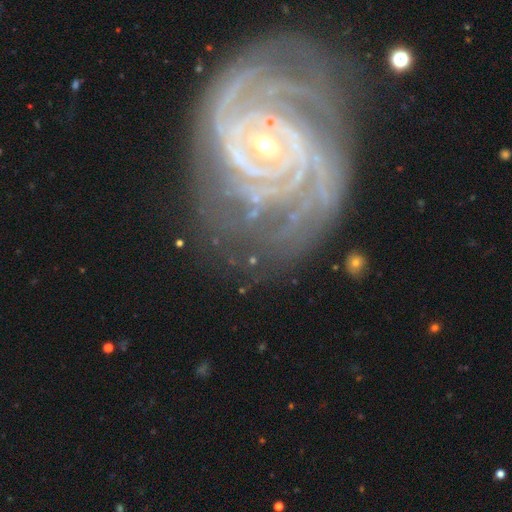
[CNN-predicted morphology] A featured or disk galaxy (91%) with no bar (44%), 2 (20%) tight (76%) spiral arms (98%) and a small central bulge (73%).

Vote fractions:
- Smooth or featured? featured or disk: 91% / star or artifact: 6% / smooth: 3%
- Edge-on disk? no: 98% / yes: 2%
- Bar? no: 44% / weak: 34% / strong: 22%
- Spiral arms? yes: 98% / no: 2%
- Spiral winding? tight: 76% / medium: 20% / loose: 4%
- Spiral arm count? 2: 20% / 3: 19% / 4: 19% / can't tell: 18% / more than 4: 14% / 1: 10%
- Bulge size? small: 73% / moderate: 23% / large: 2% / none: 2% / dominant: 1%
- Merging? none: 68% / minor disturbance: 19% / major disturbance: 10% / merger: 3%